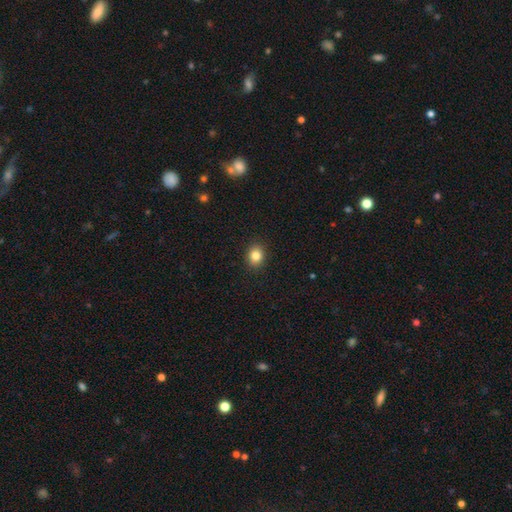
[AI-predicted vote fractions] Q: Smooth or featured?
A: smooth (84%); runner-up: star or artifact (10%)
Q: How rounded?
A: round (56%); runner-up: in between (43%)
Q: Merging?
A: none (91%); runner-up: minor disturbance (7%)